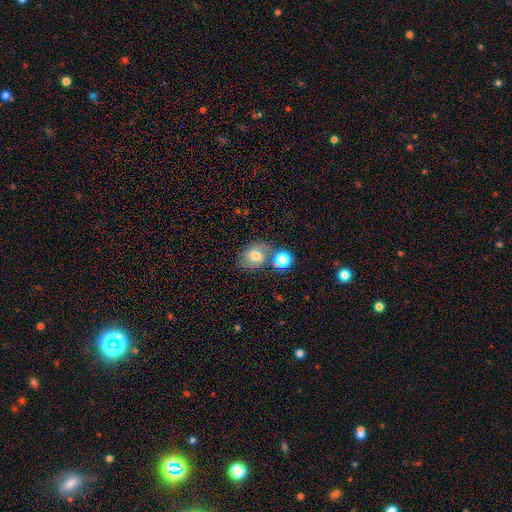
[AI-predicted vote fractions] The model was most divided on "how rounded": in between: 51%, round: 48%, cigar-shaped: 1%. More confident: smooth or featured — smooth (70%); merging — none (50%).